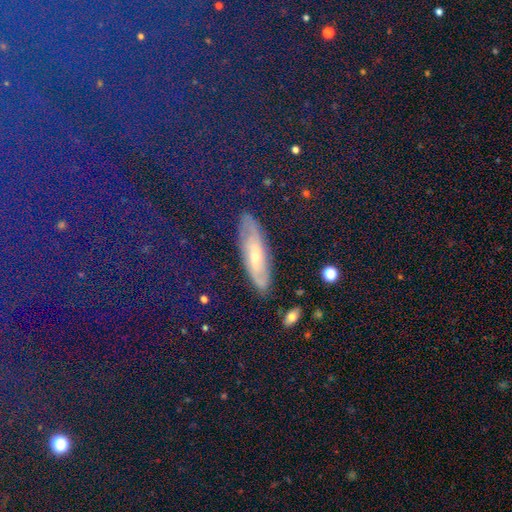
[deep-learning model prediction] smooth_or_featured: featured or disk (p=0.37) [alt: star or artifact p=0.32]
merging: none (p=0.84) [alt: minor disturbance p=0.11]